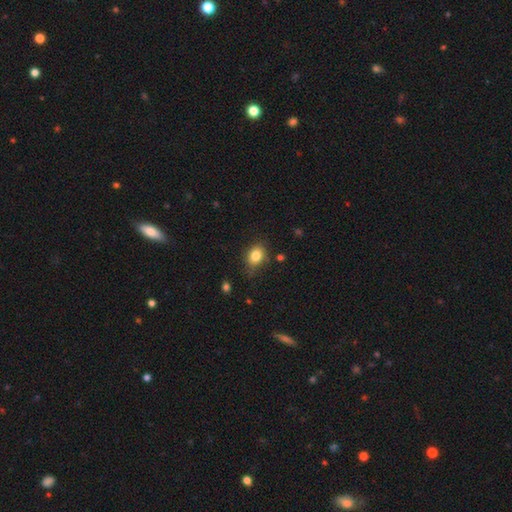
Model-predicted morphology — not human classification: Smooth or featured? smooth (83%)
How rounded? in between (65%)
Merging? none (74%)